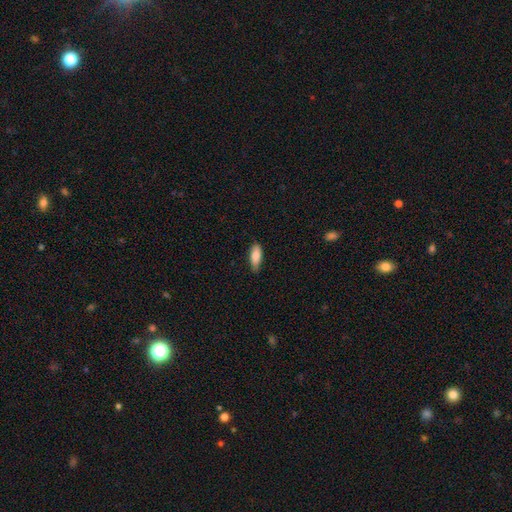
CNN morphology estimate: smooth_or_featured: smooth (p=0.85) [alt: featured or disk p=0.09]
how_rounded: in between (p=0.75) [alt: cigar-shaped p=0.23]
merging: none (p=0.80) [alt: minor disturbance p=0.17]